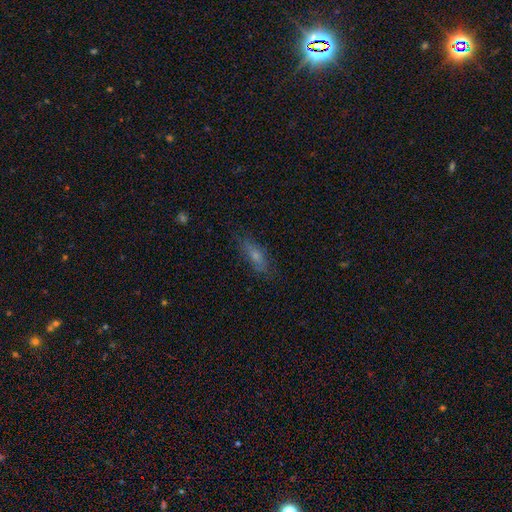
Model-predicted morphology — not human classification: smooth 59%, featured or disk 30%, star or artifact 11%. Down the decision tree: how rounded — cigar-shaped (52%); merging — none (76%).